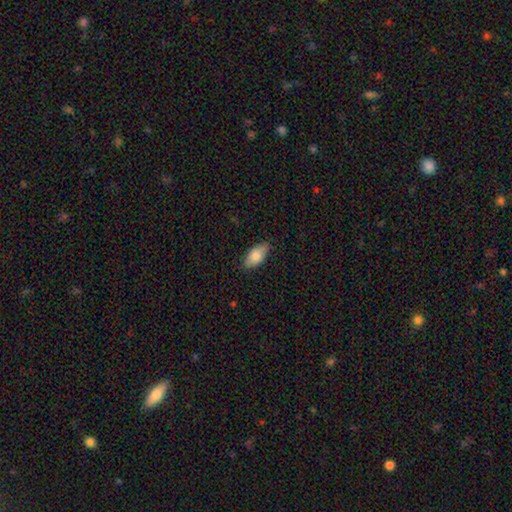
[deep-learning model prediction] smooth-or-featured: smooth: 83% | featured or disk: 11% | star or artifact: 6%
  how-rounded: in between: 90% | cigar-shaped: 7% | round: 3%
  merging: none: 82% | minor disturbance: 15% | major disturbance: 3% | merger: 1%